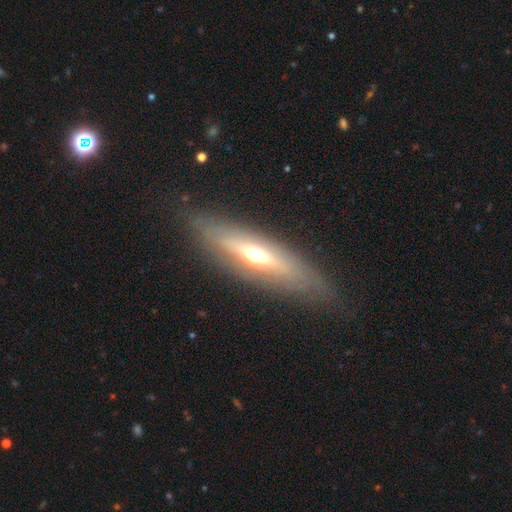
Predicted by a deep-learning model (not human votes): Smooth or featured? Predicted: featured or disk (p=0.54). Edge-on disk? Predicted: yes (p=0.66). Merging? Predicted: none (p=0.80).